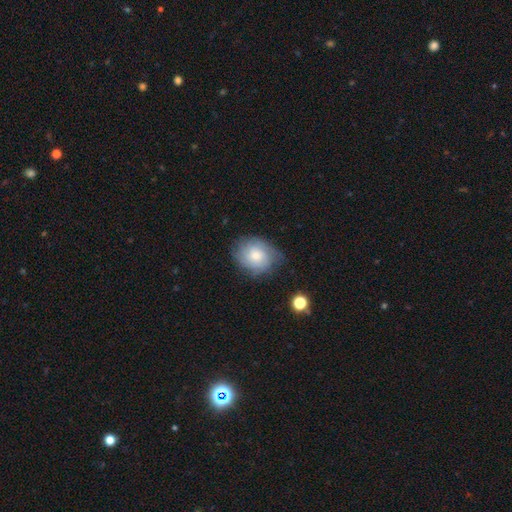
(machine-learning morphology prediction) Smooth or featured? smooth (47%)
Merging? none (63%)